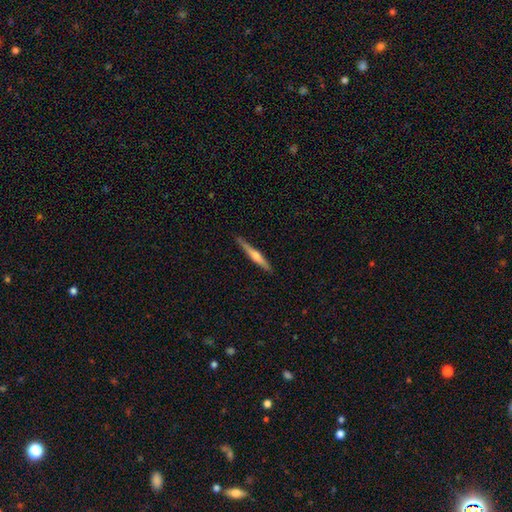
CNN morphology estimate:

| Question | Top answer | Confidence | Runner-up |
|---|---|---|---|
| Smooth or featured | featured or disk | 58% | smooth (36%) |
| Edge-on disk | yes | 97% | no (3%) |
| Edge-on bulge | rounded | 75% | none (14%) |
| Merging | none | 86% | minor disturbance (11%) |